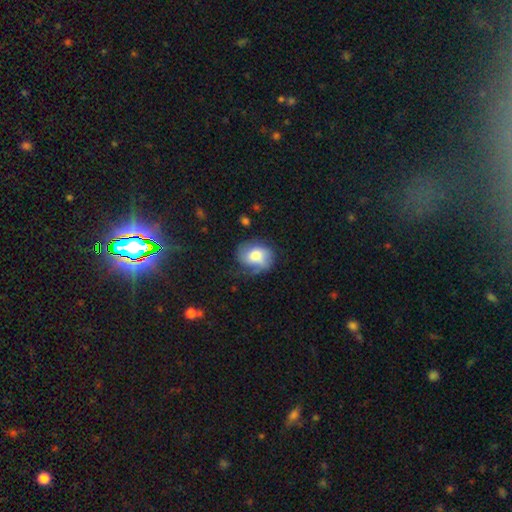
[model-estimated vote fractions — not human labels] smooth_or_featured: smooth (p=0.55) [alt: featured or disk p=0.38]
how_rounded: in between (p=0.53) [alt: round p=0.46]
merging: none (p=0.55) [alt: minor disturbance p=0.28]